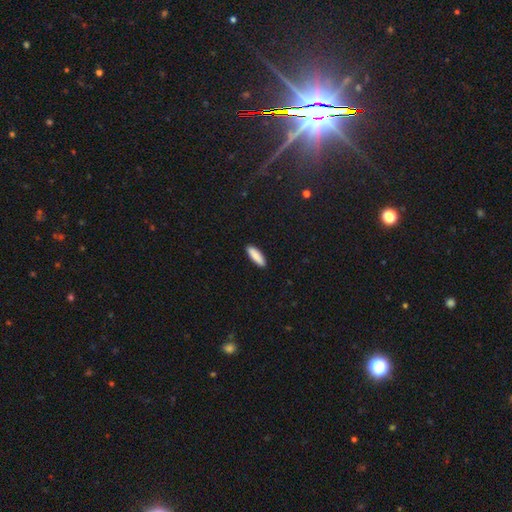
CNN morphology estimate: A smooth galaxy with no disk features (88%) that is cigar-shaped (58%). Merging: none (90%).